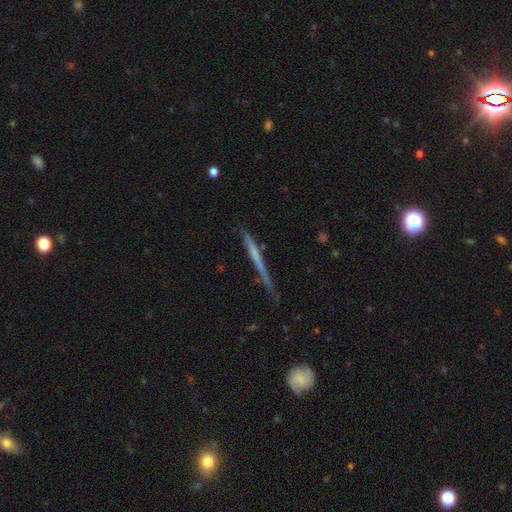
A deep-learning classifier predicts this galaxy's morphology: Smooth or featured? featured or disk (51%)
Edge-on disk? yes (97%)
Merging? none (78%)